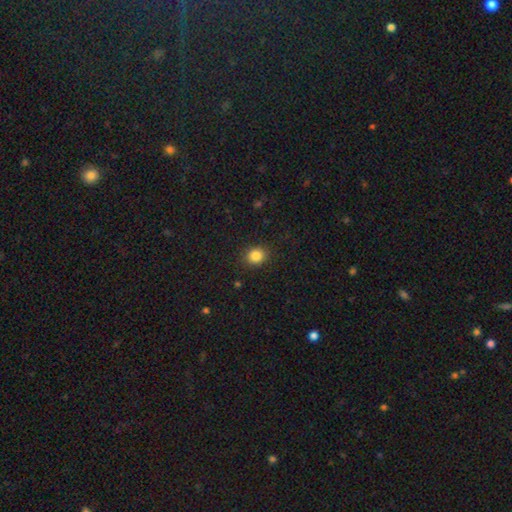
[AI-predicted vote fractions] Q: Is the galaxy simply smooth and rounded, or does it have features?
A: smooth — 85%.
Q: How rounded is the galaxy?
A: round — 76%.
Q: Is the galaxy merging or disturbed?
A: none — 89%.